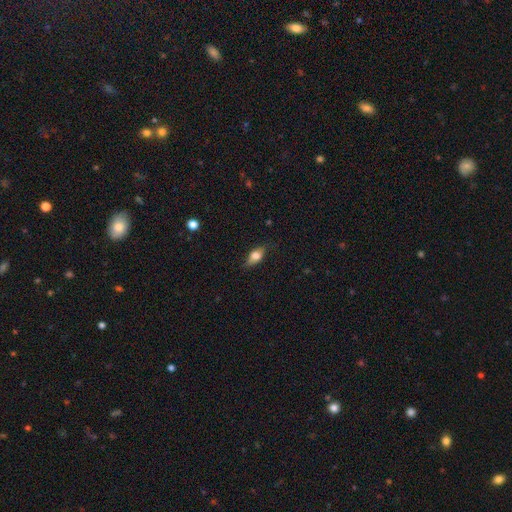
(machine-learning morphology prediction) smooth-or-featured: smooth: 64% | featured or disk: 28% | star or artifact: 8%
  how-rounded: in between: 78% | cigar-shaped: 14% | round: 8%
  merging: none: 80% | minor disturbance: 16% | major disturbance: 3% | merger: 1%